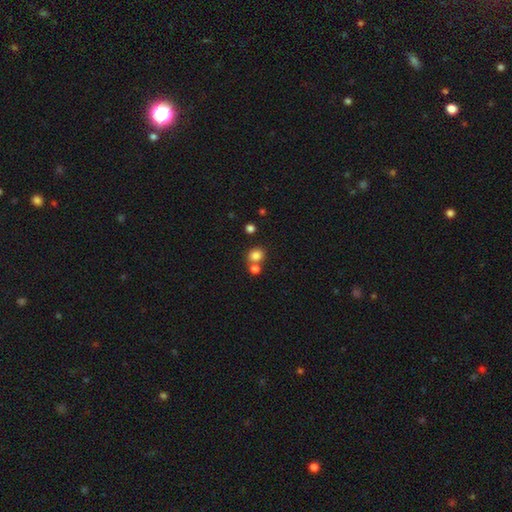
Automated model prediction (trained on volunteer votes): A smooth galaxy with no disk features (82%) that is round (74%). Merging: none (55%).